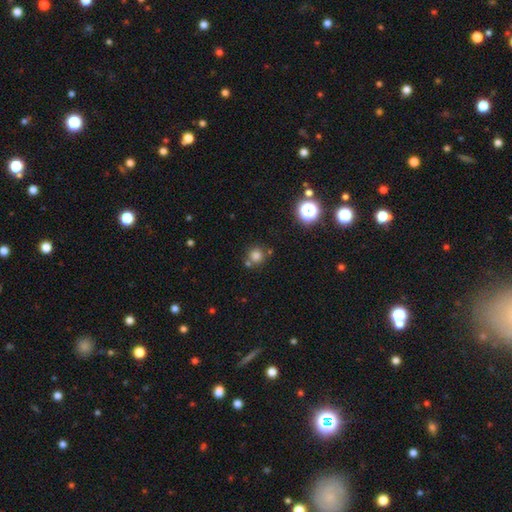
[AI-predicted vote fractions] Overall: smooth (77%). How rounded: round (92%). Merging: none (72%).